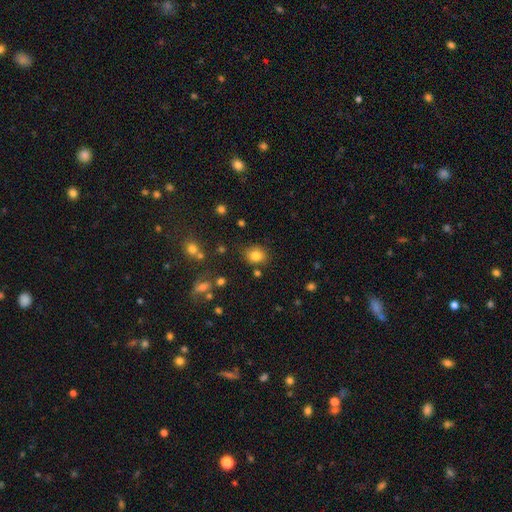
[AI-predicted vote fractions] This is clearly a smooth galaxy (81%). How rounded: likely round (63%). Merging: likely none (78%).